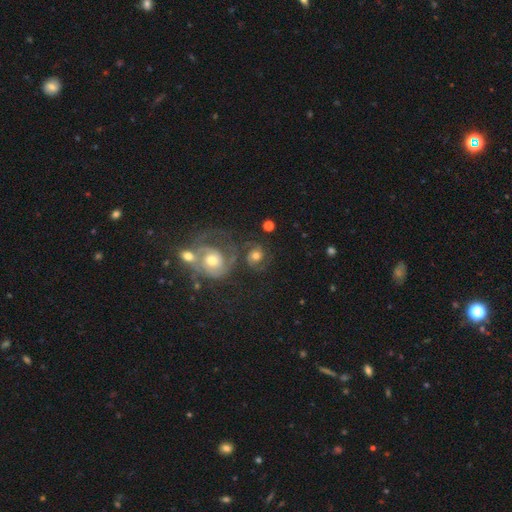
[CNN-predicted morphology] Overall: featured or disk (66%). Edge-on disk: no (97%). Bar: no (69%). Spiral arms: yes (92%). Spiral arm count: 2 (77%). Spiral winding: medium (49%; tight 34%). Bulge size: moderate (66%). Merging: none (48%; merger 25%).